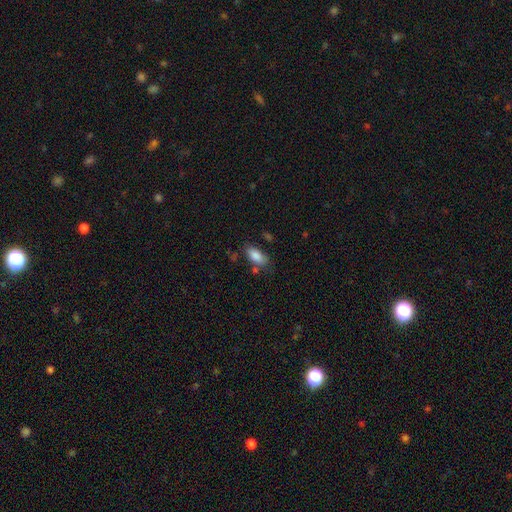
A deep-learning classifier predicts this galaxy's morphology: Smooth or featured? Predicted: smooth (p=0.86). How rounded? Predicted: in between (p=0.90). Merging? Predicted: none (p=0.69).